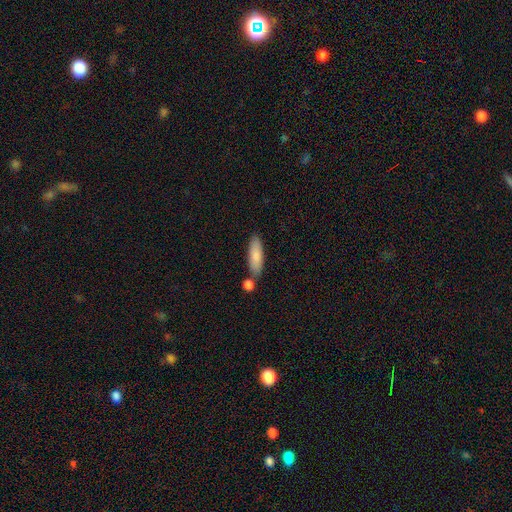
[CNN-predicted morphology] The model was most divided on "how rounded": cigar-shaped: 50%, in between: 48%, round: 2%. More confident: smooth or featured — smooth (83%); merging — none (70%).